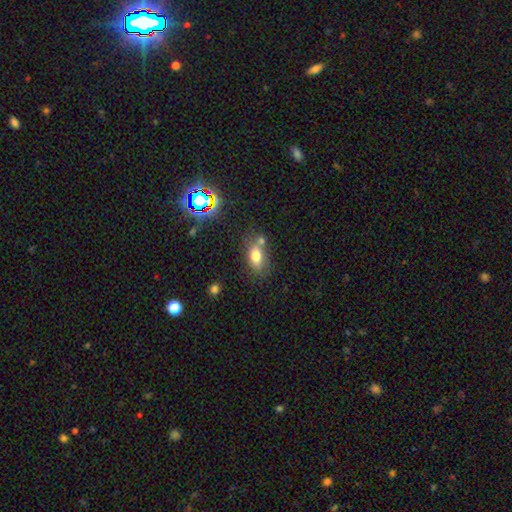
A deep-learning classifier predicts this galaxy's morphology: smooth_or_featured: smooth (p=0.73) [alt: featured or disk p=0.15]
how_rounded: in between (p=0.84) [alt: round p=0.11]
merging: none (p=0.54) [alt: merger p=0.24]